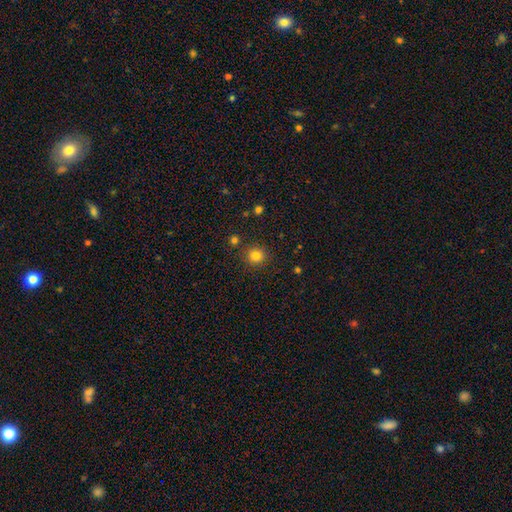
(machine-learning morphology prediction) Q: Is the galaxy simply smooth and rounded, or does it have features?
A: smooth — 81%.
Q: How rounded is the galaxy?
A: round — 91%.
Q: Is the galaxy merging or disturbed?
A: none — 87%.